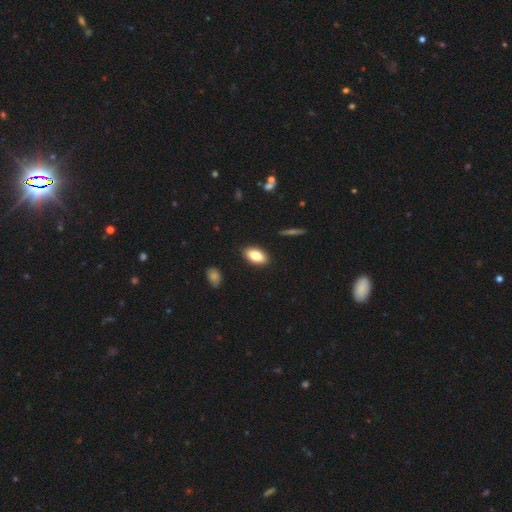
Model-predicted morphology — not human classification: smooth 82%, featured or disk 11%, star or artifact 7%. Down the decision tree: how rounded — in between (91%); merging — none (88%).